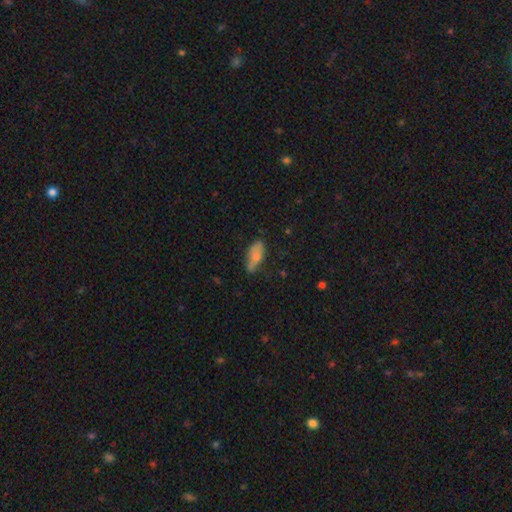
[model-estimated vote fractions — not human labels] Overall: smooth (68%). How rounded: in between (73%). Merging: none (55%; minor disturbance 32%).